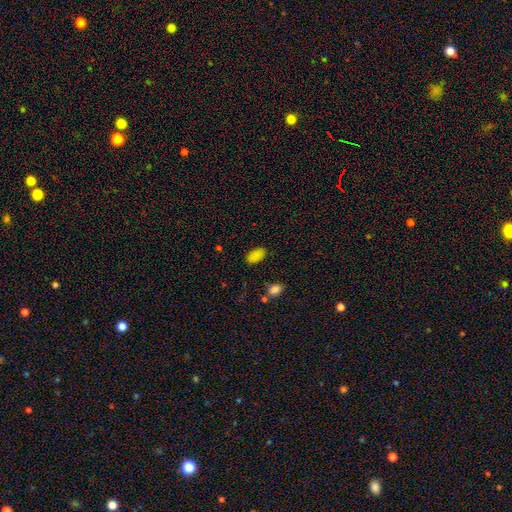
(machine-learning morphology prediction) Overall: smooth (85%). How rounded: in between (94%). Merging: none (85%).